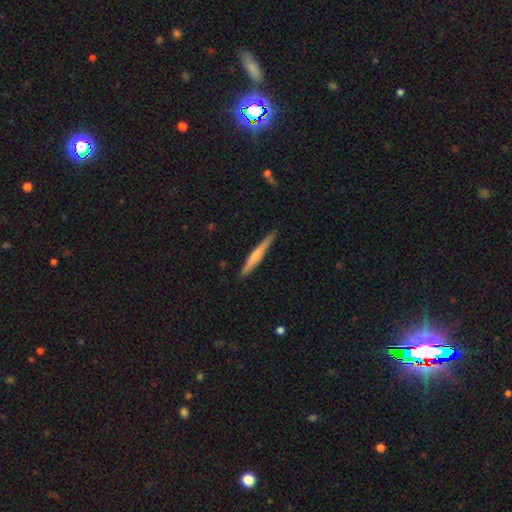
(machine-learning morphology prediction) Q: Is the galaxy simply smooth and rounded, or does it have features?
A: smooth — 48%.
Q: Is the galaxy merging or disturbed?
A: none — 86%.